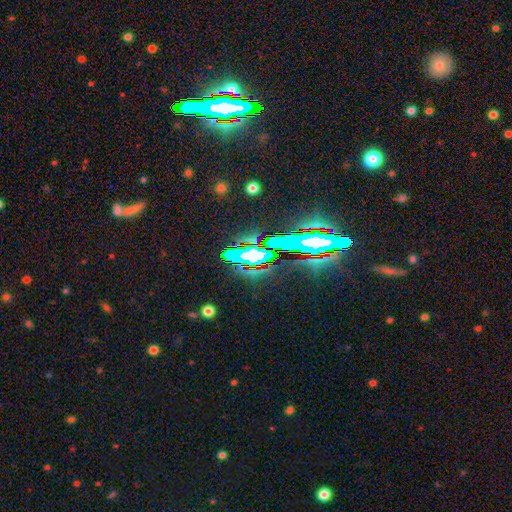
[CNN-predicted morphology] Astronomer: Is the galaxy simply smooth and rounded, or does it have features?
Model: star or artifact — 61%.